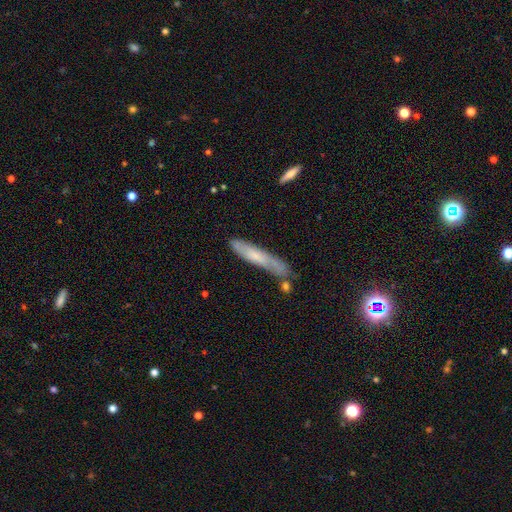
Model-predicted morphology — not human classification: A smooth galaxy with no disk features (54%) that is cigar-shaped (91%).

Vote fractions:
- Smooth or featured? smooth: 54% / featured or disk: 39% / star or artifact: 7%
- How rounded? cigar-shaped: 91% / in between: 7% / round: 1%
- Merging? none: 60% / minor disturbance: 25% / merger: 9% / major disturbance: 6%